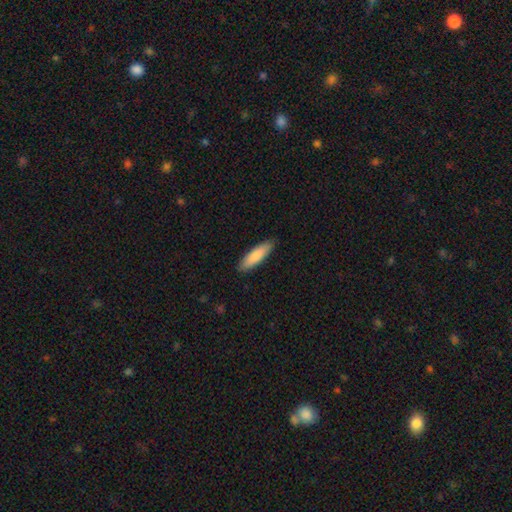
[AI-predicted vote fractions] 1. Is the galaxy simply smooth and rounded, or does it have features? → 83% smooth, 12% featured or disk, 5% star or artifact.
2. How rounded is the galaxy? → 63% cigar-shaped, 36% in between, 1% round.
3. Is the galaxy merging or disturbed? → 88% none, 9% minor disturbance, 2% major disturbance, 1% merger.